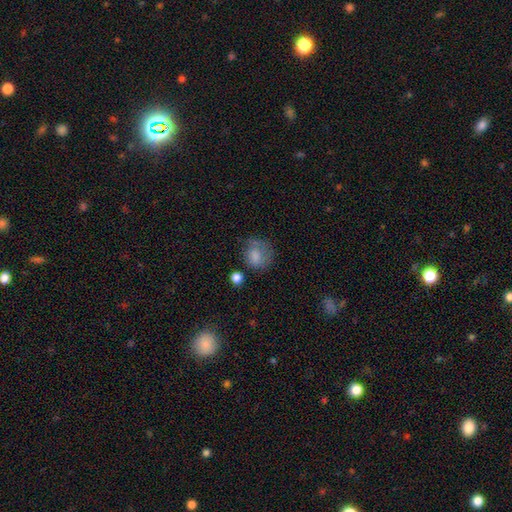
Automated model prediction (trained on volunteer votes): smooth-or-featured: smooth: 77% | featured or disk: 13% | star or artifact: 10%
  how-rounded: round: 71% | in between: 28% | cigar-shaped: 1%
  merging: none: 51% | minor disturbance: 27% | major disturbance: 17% | merger: 5%